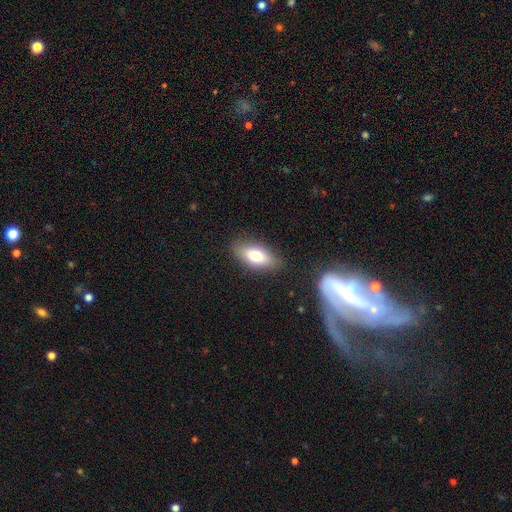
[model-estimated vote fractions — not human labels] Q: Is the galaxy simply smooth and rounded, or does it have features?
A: smooth — 71%.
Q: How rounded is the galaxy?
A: in between — 83%.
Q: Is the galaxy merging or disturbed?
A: none — 84%.